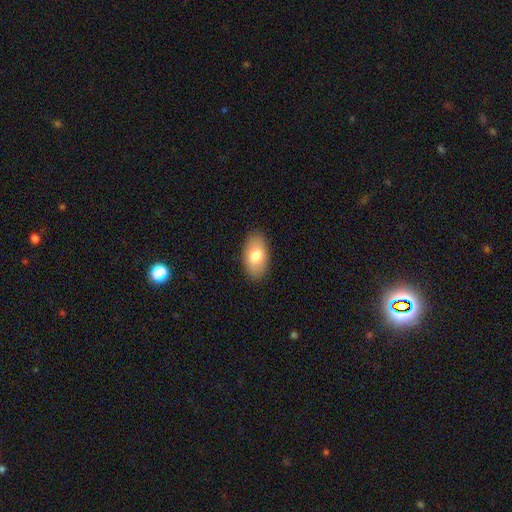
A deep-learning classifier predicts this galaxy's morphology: Overall: smooth (79%). How rounded: in between (93%). Merging: none (87%).